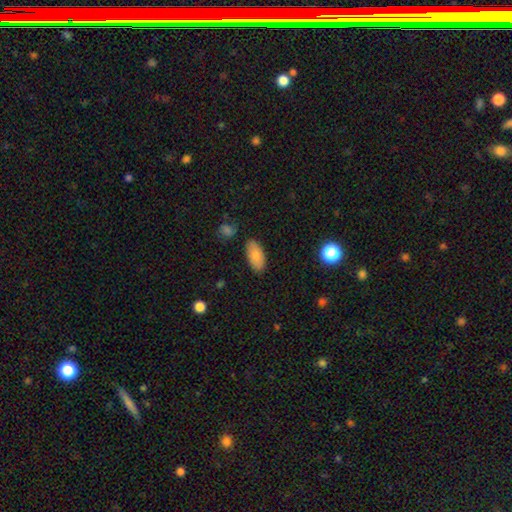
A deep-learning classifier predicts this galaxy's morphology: A smooth galaxy with no disk features (81%) that is in between round and cigar-shaped (92%).

Vote fractions:
- Smooth or featured? smooth: 81% / featured or disk: 12% / star or artifact: 7%
- How rounded? in between: 92% / cigar-shaped: 5% / round: 3%
- Merging? none: 83% / minor disturbance: 12% / major disturbance: 3% / merger: 2%